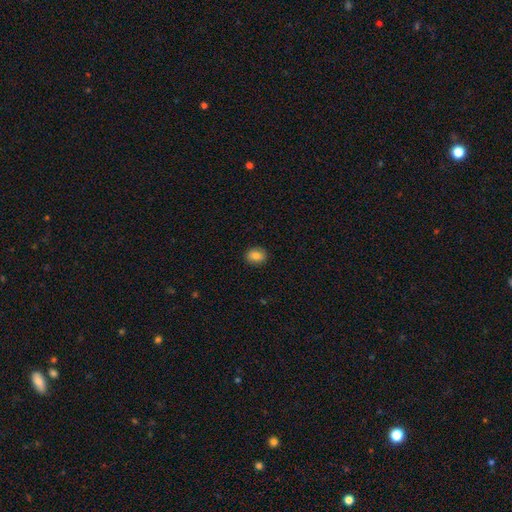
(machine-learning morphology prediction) The model was most divided on "how rounded": round: 52%, in between: 47%, cigar-shaped: 1%. More confident: merging — none (90%); smooth or featured — smooth (83%).